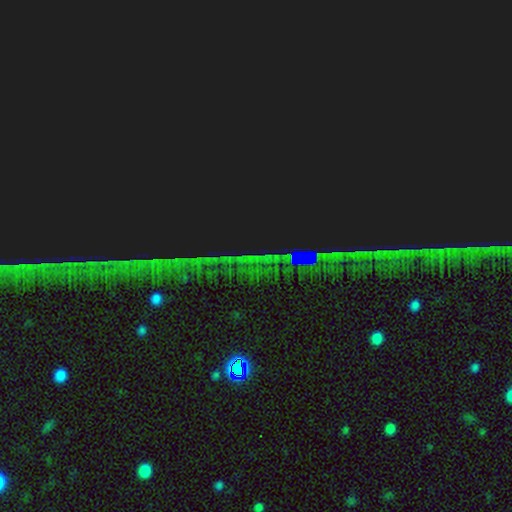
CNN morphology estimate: This appears to be a star or artifact, not a galaxy (84%).